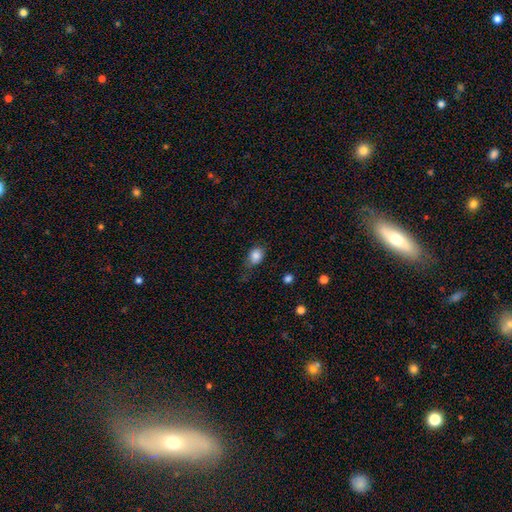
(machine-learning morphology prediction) Smooth or featured? smooth (84%)
How rounded? in between (65%)
Merging? none (57%)